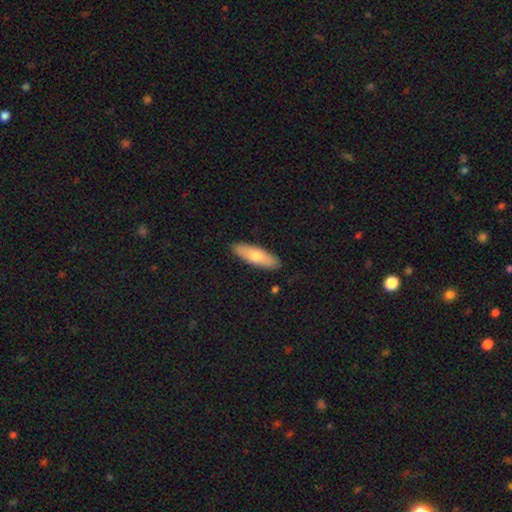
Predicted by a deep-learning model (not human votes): This appears to be a smooth galaxy with no disk features (68%) that is in between round and cigar-shaped (51%). Merging: none (89%).